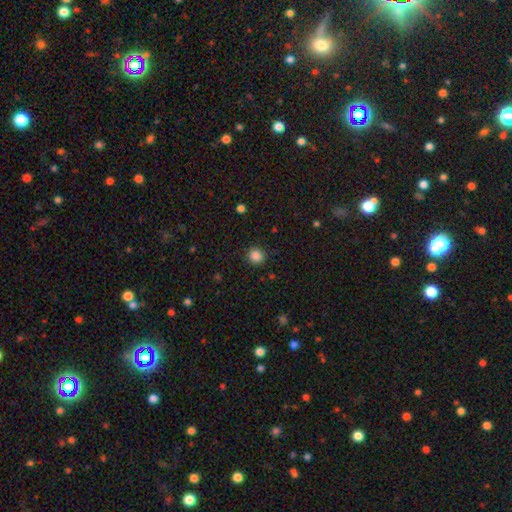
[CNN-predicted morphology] type=smooth (86%); roundness=round (89%); merging=none (89%).